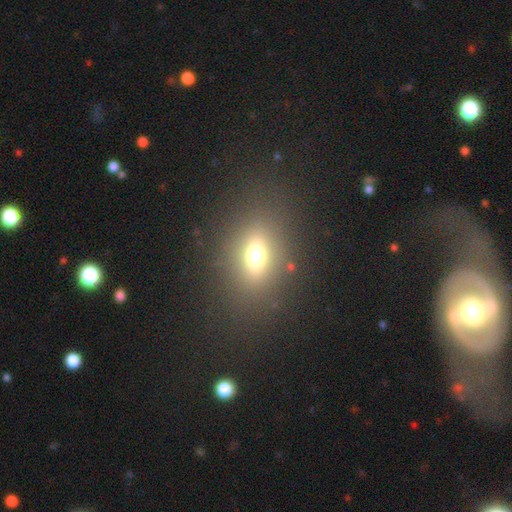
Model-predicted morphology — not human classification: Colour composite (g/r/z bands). It shows a smooth galaxy with no disk features (65%) that is in between round and cigar-shaped (64%). Merging: none (81%).